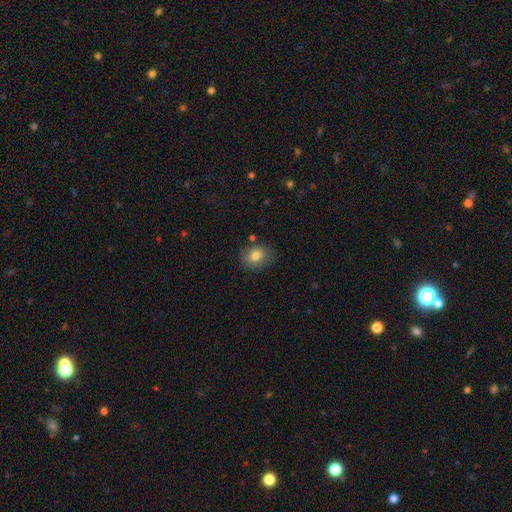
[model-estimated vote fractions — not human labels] Smooth or featured? Predicted: smooth (p=0.78). How rounded? Predicted: in between (p=0.53). Merging? Predicted: none (p=0.76).